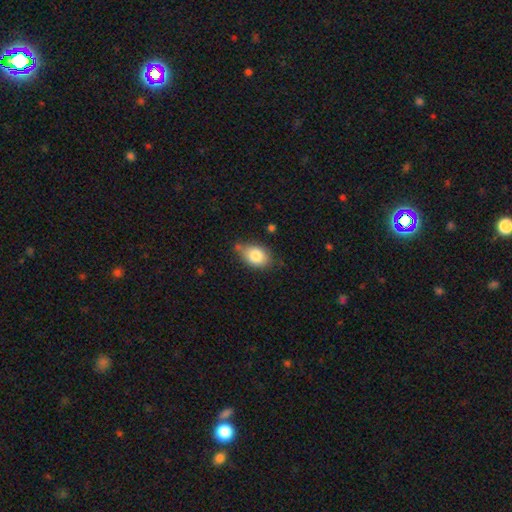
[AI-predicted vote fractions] A smooth galaxy with no disk features (82%) that is in between round and cigar-shaped (77%).

Vote fractions:
- Smooth or featured? smooth: 82% / featured or disk: 10% / star or artifact: 8%
- How rounded? in between: 77% / round: 21% / cigar-shaped: 1%
- Merging? none: 63% / minor disturbance: 27% / major disturbance: 5% / merger: 5%